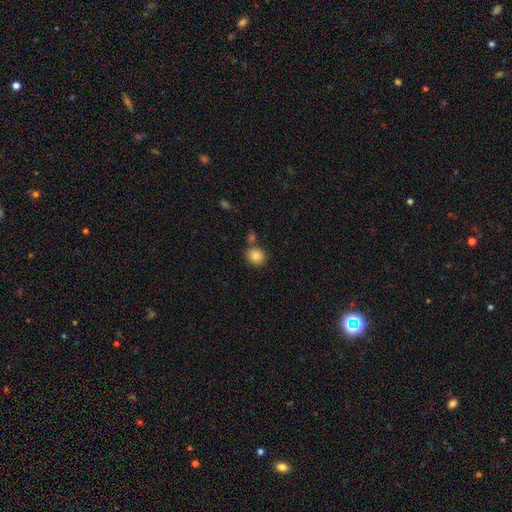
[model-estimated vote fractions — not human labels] smooth-or-featured: smooth: 85% | star or artifact: 9% | featured or disk: 6%
  how-rounded: round: 74% | in between: 25% | cigar-shaped: 1%
  merging: none: 73% | merger: 15% | minor disturbance: 10% | major disturbance: 3%